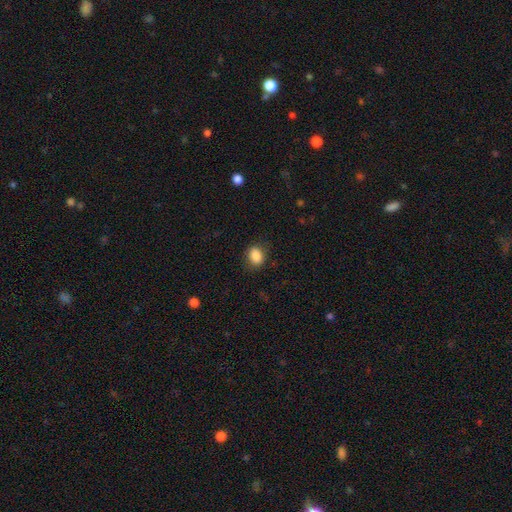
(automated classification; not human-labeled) Q: Smooth or featured?
A: smooth (87%); runner-up: star or artifact (9%)
Q: How rounded?
A: in between (62%); runner-up: round (36%)
Q: Merging?
A: none (82%); runner-up: minor disturbance (13%)